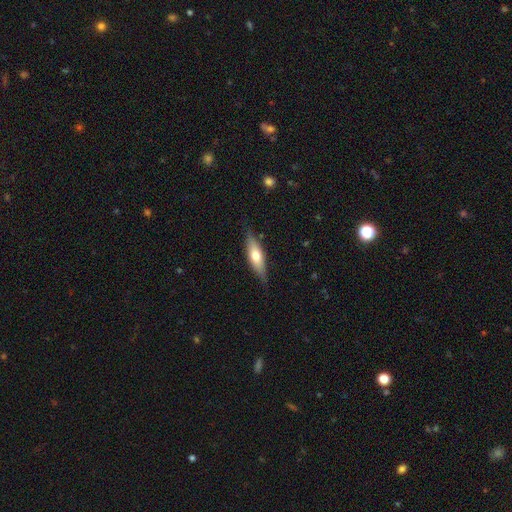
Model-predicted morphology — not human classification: Overall: smooth (55%; featured or disk 40%). How rounded: cigar-shaped (50%; in between 48%). Merging: none (80%).